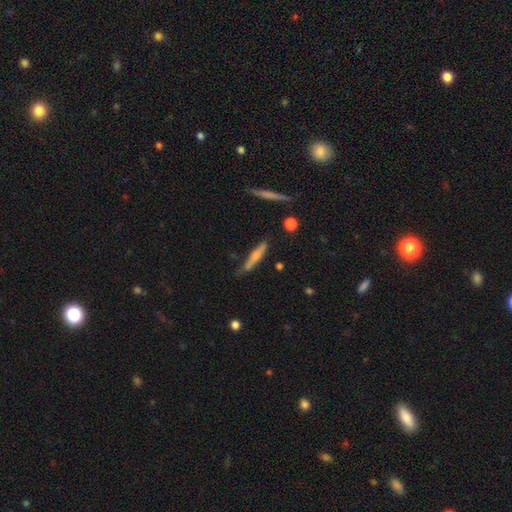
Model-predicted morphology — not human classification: type=smooth (56%); roundness=cigar-shaped (90%); merging=none (67%).